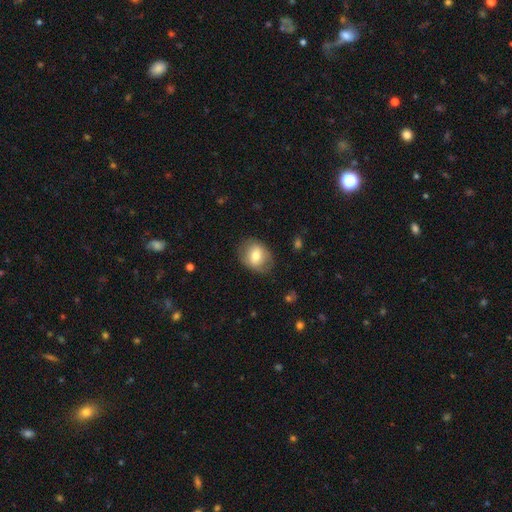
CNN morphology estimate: Q: Smooth or featured?
A: smooth (66%); runner-up: featured or disk (26%)
Q: How rounded?
A: in between (56%); runner-up: round (43%)
Q: Merging?
A: none (78%); runner-up: minor disturbance (16%)